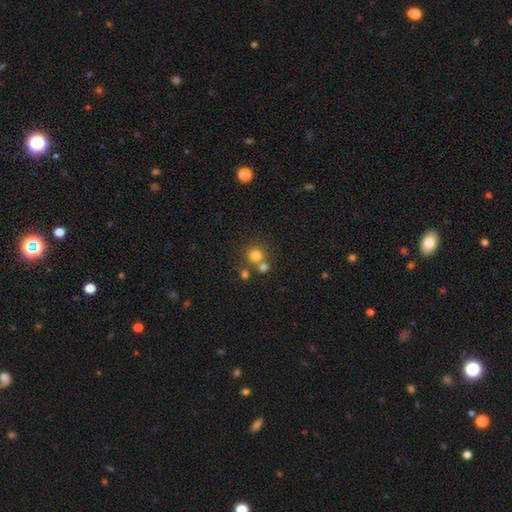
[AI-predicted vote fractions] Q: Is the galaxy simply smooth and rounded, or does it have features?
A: smooth — 76%.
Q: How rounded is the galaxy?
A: round — 90%.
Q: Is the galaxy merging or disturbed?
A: none — 62%.